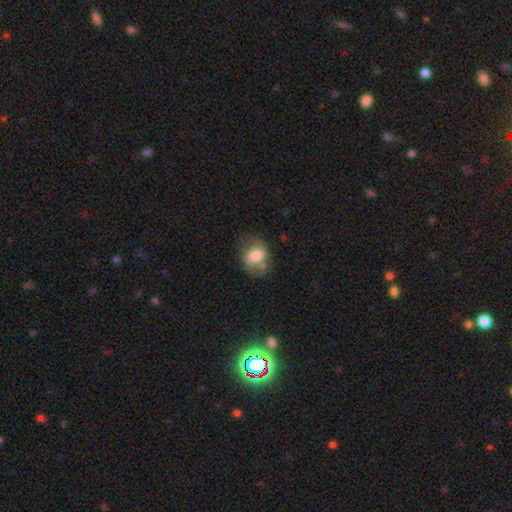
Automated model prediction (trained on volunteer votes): This appears to be a smooth galaxy with no disk features (64%) that is in between round and cigar-shaped (59%). Merging: none (48%).